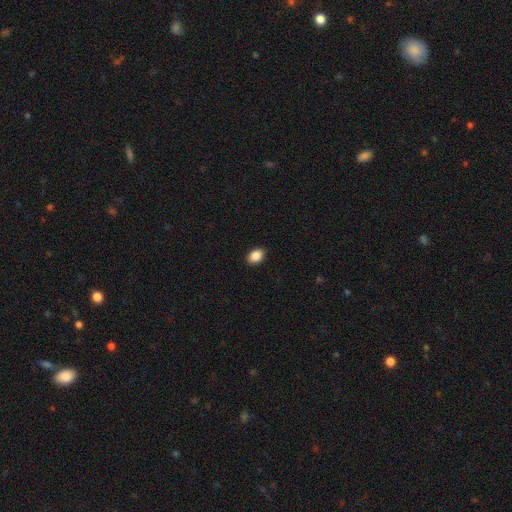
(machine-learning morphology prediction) Smooth or featured?
  - smooth: 88% *
  - star or artifact: 8%
  - featured or disk: 4%
How rounded?
  - in between: 79% *
  - round: 20%
  - cigar-shaped: 1%
Merging?
  - none: 90% *
  - minor disturbance: 7%
  - major disturbance: 2%
  - merger: 1%